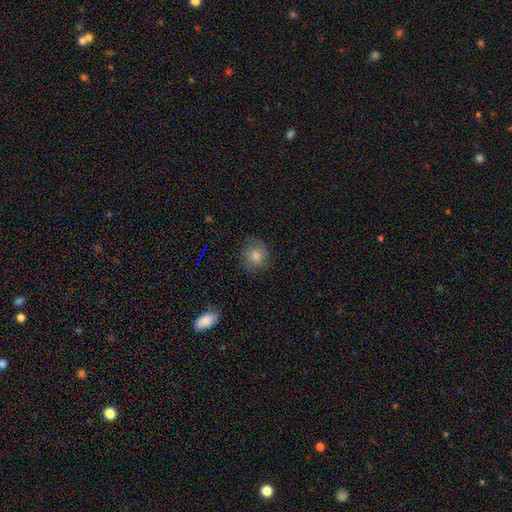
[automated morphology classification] smooth_or_featured: smooth (p=0.75) [alt: featured or disk p=0.13]
how_rounded: round (p=0.83) [alt: in between p=0.15]
merging: none (p=0.80) [alt: minor disturbance p=0.15]